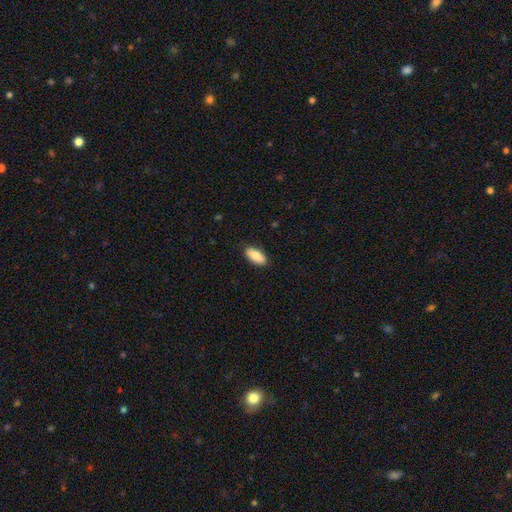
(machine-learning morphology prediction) smooth-or-featured: smooth: 85% | featured or disk: 9% | star or artifact: 6%
  how-rounded: in between: 88% | cigar-shaped: 10% | round: 2%
  merging: none: 87% | minor disturbance: 10% | major disturbance: 2% | merger: 1%